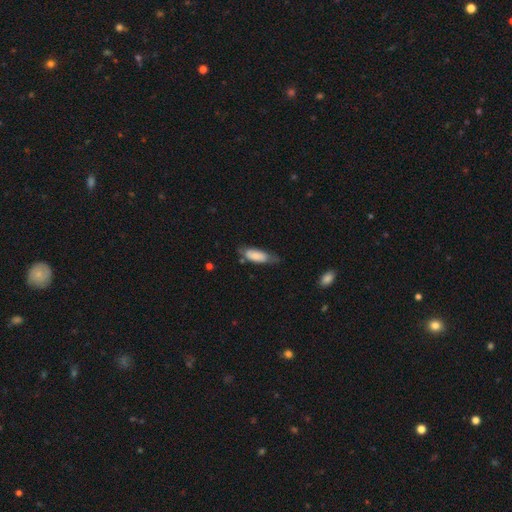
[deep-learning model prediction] The model was most divided on "merging": none: 50%, minor disturbance: 35%, major disturbance: 11%, merger: 4%. More confident: smooth or featured — smooth (74%); how rounded — in between (72%).